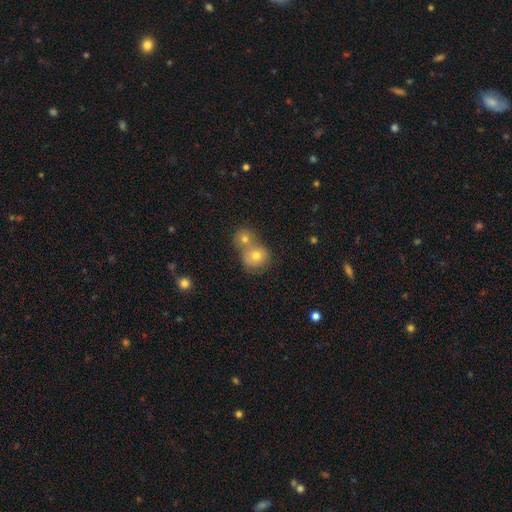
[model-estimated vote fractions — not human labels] Q: Smooth or featured?
A: smooth (71%); runner-up: featured or disk (17%)
Q: How rounded?
A: round (82%); runner-up: in between (17%)
Q: Merging?
A: merger (55%); runner-up: none (35%)